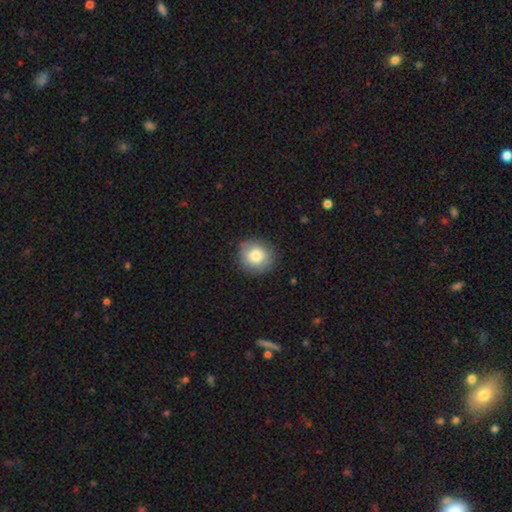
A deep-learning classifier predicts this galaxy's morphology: type=smooth (82%); roundness=round (89%); merging=none (86%).